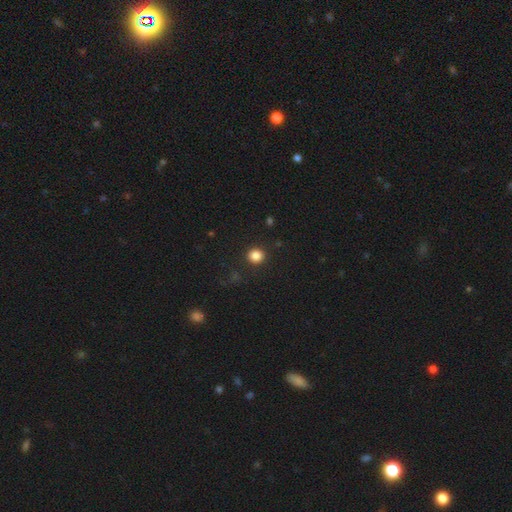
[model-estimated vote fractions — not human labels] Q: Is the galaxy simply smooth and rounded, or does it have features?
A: smooth — 85%.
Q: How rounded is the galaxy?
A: round — 89%.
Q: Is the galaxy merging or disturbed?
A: none — 90%.